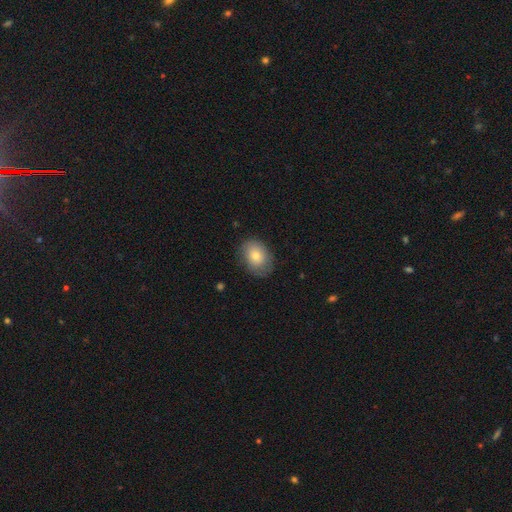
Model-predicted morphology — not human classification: A smooth galaxy with no disk features (75%) that is in between round and cigar-shaped (68%). Merging: none (77%).